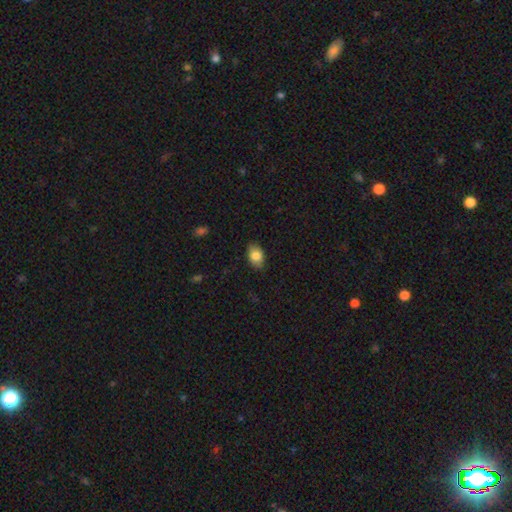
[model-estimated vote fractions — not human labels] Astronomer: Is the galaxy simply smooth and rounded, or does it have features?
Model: smooth — 83%.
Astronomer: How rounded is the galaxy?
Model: in between — 86%.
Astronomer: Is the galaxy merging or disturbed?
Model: none — 85%.